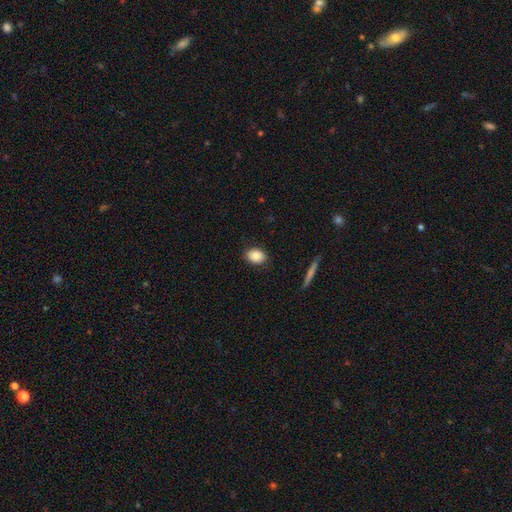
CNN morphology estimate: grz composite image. It shows a smooth galaxy with no disk features (84%) that is in between round and cigar-shaped (70%). Merging: none (87%).